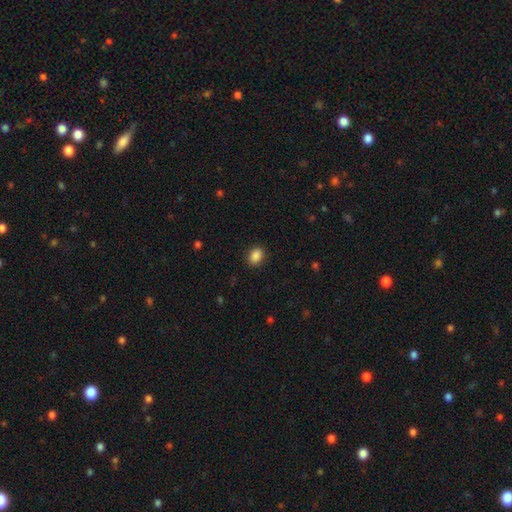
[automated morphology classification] Smooth or featured? Predicted: smooth (p=0.88). How rounded? Predicted: in between (p=0.68). Merging? Predicted: none (p=0.89).